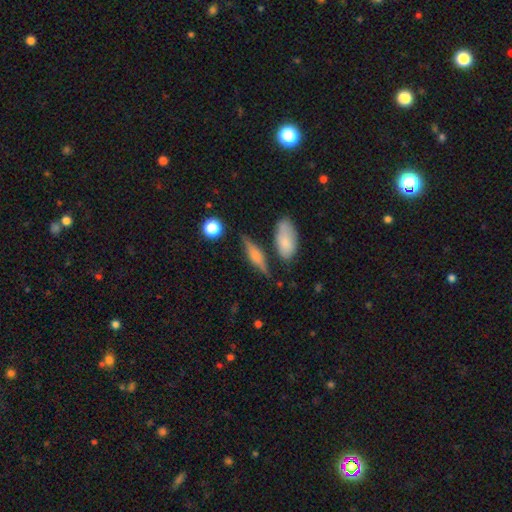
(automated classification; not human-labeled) featured or disk 51%, smooth 40%, star or artifact 8%. Down the decision tree: edge-on disk — yes (92%); merging — none (73%).